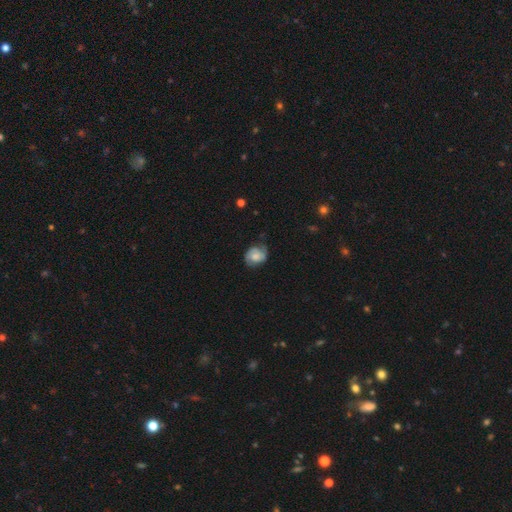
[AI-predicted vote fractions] Morphology: type=featured or disk (51%); edge-on=no (97%); merging=none (64%).